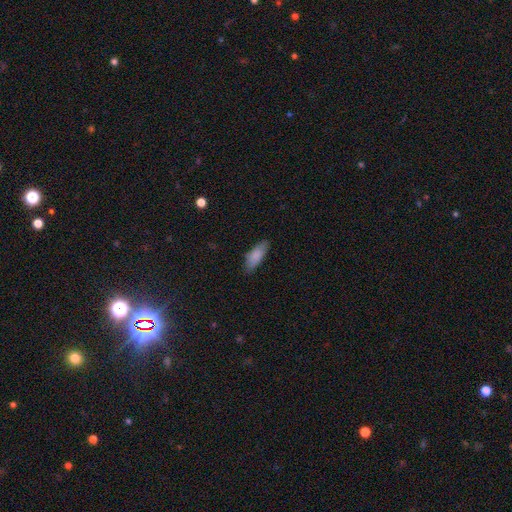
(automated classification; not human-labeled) Smooth or featured? smooth (85%)
How rounded? in between (69%)
Merging? none (79%)